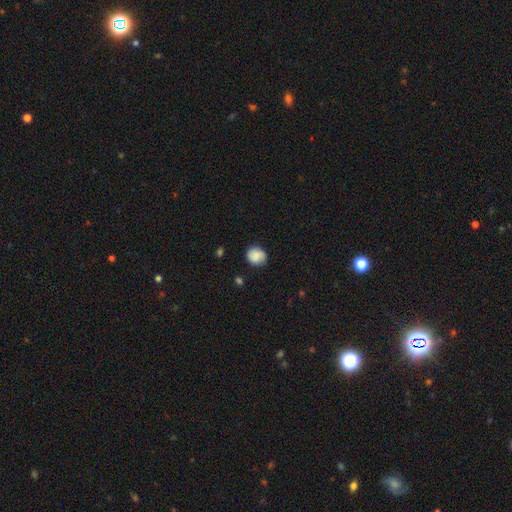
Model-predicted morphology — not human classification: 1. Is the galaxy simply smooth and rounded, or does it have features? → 77% smooth, 15% featured or disk, 8% star or artifact.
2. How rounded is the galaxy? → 74% round, 25% in between, 1% cigar-shaped.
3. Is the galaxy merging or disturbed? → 80% none, 16% minor disturbance, 3% major disturbance, 2% merger.